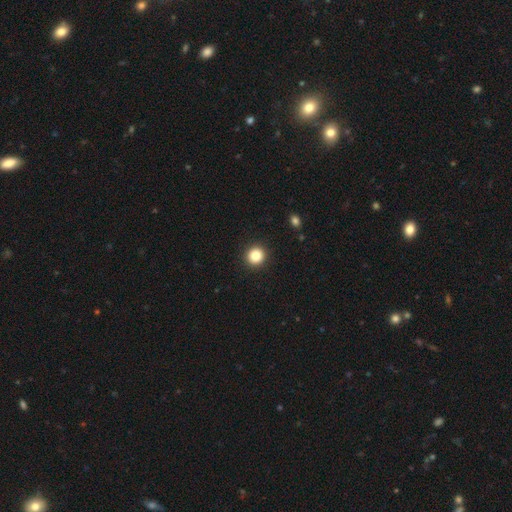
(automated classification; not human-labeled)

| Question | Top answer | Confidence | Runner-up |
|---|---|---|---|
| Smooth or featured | smooth | 85% | star or artifact (10%) |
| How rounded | round | 92% | in between (7%) |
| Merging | none | 93% | minor disturbance (5%) |